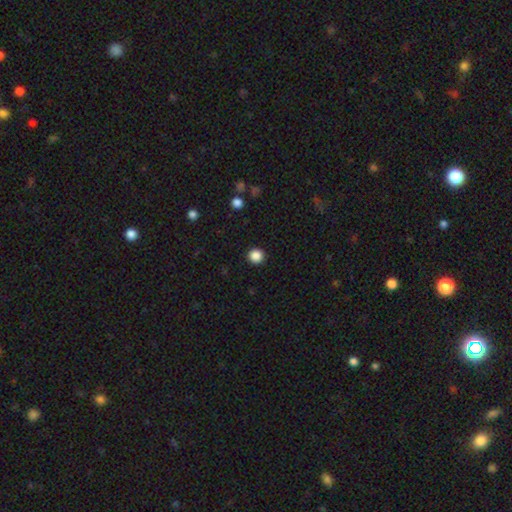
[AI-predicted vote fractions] smooth 87%, star or artifact 11%, featured or disk 3%. Down the decision tree: how rounded — round (94%); merging — none (92%).